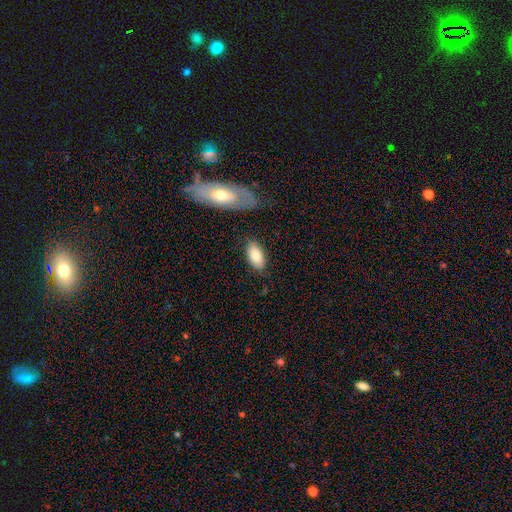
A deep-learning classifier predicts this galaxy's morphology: A smooth galaxy with no disk features (83%) that is in between round and cigar-shaped (92%).

Vote fractions:
- Smooth or featured? smooth: 83% / featured or disk: 11% / star or artifact: 6%
- How rounded? in between: 92% / cigar-shaped: 6% / round: 3%
- Merging? none: 80% / minor disturbance: 13% / merger: 4% / major disturbance: 3%